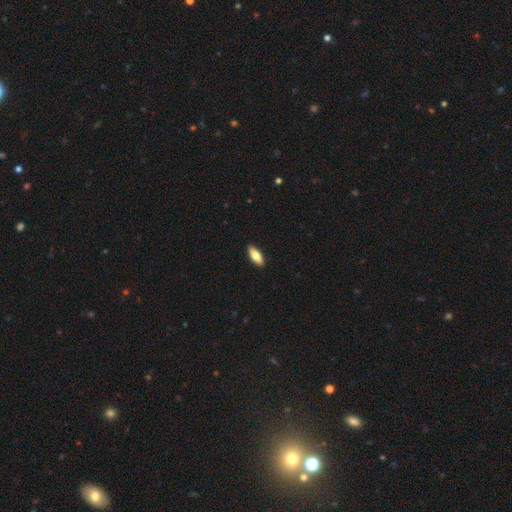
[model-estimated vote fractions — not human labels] Overall: smooth (73%). How rounded: in between (73%). Merging: none (91%).